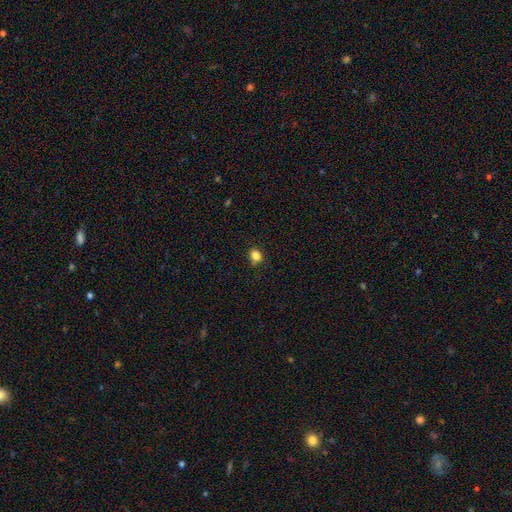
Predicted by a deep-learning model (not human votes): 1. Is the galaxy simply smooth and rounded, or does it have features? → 83% smooth, 13% star or artifact, 5% featured or disk.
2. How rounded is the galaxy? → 59% round, 40% in between, 1% cigar-shaped.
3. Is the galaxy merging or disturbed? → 74% none, 17% minor disturbance, 4% merger, 4% major disturbance.